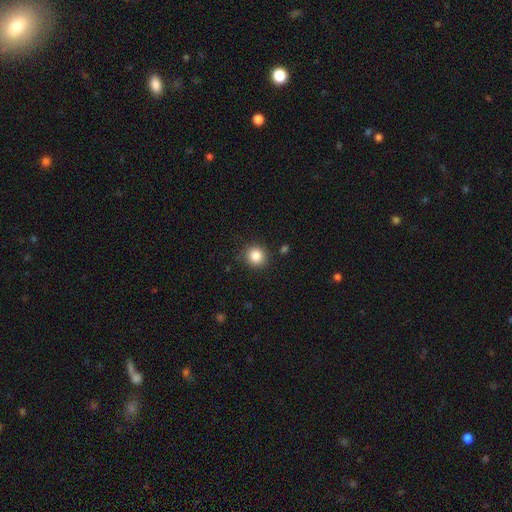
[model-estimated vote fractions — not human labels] This appears to be a smooth galaxy with no disk features (85%) that is round (89%). Merging: none (87%).